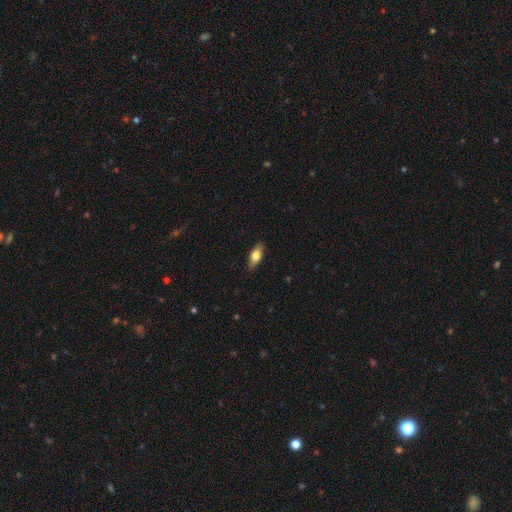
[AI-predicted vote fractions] smooth-or-featured: smooth: 71% | featured or disk: 23% | star or artifact: 6%
  how-rounded: in between: 74% | cigar-shaped: 22% | round: 4%
  merging: none: 86% | minor disturbance: 11% | major disturbance: 2% | merger: 1%